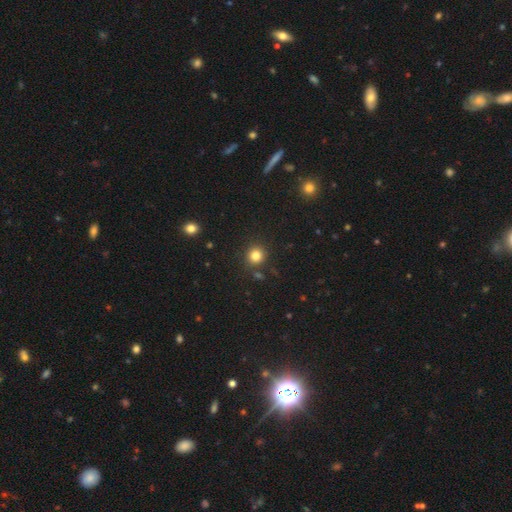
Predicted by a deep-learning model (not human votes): This is clearly a smooth galaxy (82%). How rounded: clearly round (90%). Merging: clearly none (86%).